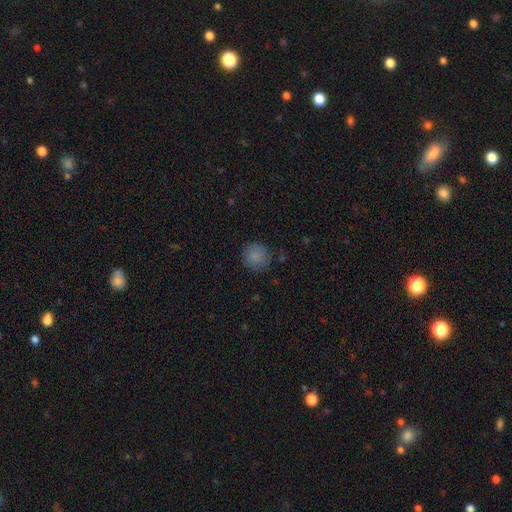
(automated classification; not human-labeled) This is clearly a smooth galaxy (86%). How rounded: clearly round (89%). Merging: clearly none (82%).